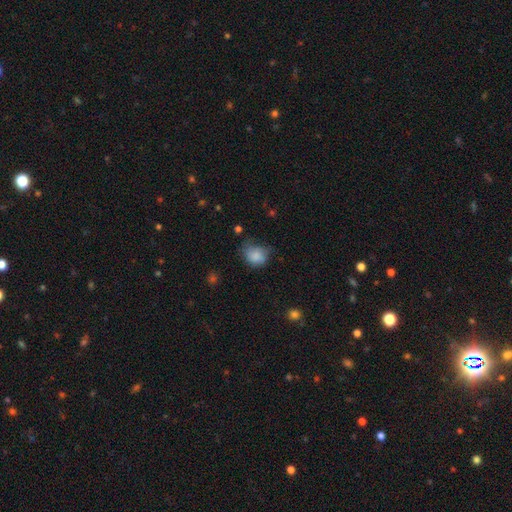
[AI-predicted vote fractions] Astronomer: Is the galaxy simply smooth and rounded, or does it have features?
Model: smooth — 81%.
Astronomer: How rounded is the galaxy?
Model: round — 55% (runner-up: in between, 45%).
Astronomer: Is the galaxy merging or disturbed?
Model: none — 43% (runner-up: minor disturbance, 38%).